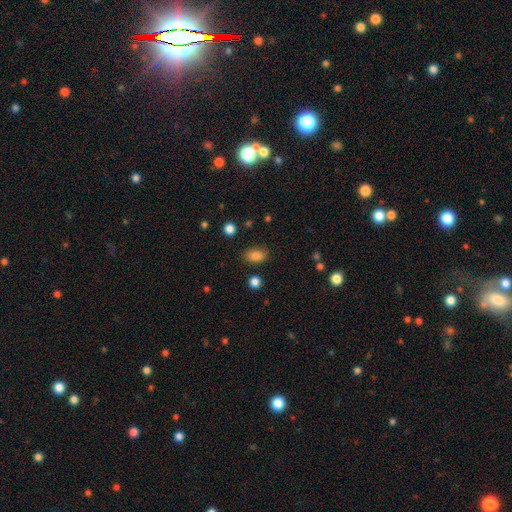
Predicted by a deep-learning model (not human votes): smooth-or-featured: smooth: 85% | star or artifact: 10% | featured or disk: 5%
  how-rounded: in between: 85% | round: 14% | cigar-shaped: 2%
  merging: none: 82% | minor disturbance: 13% | major disturbance: 3% | merger: 2%